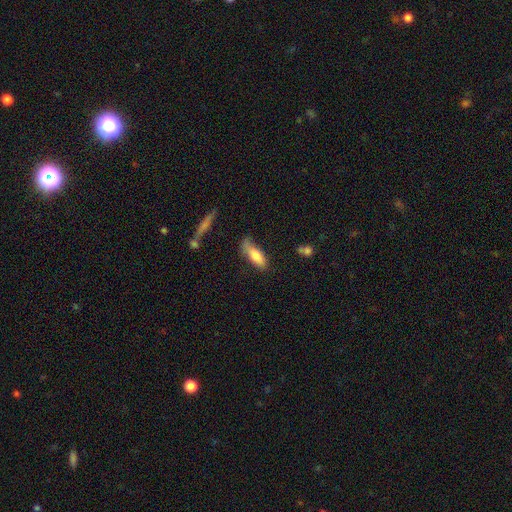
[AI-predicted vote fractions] smooth 76%, featured or disk 17%, star or artifact 7%. Down the decision tree: how rounded — in between (65%); merging — none (51%).